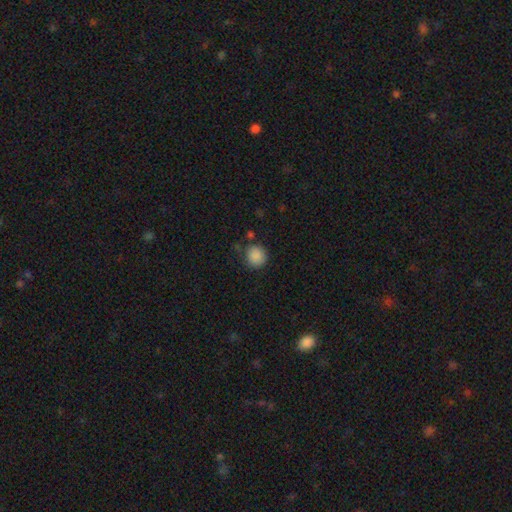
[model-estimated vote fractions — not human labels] A smooth galaxy with no disk features (87%) that is round (90%).

Vote fractions:
- Smooth or featured? smooth: 87% / star or artifact: 9% / featured or disk: 3%
- How rounded? round: 90% / in between: 9% / cigar-shaped: 1%
- Merging? none: 79% / minor disturbance: 13% / merger: 4% / major disturbance: 4%